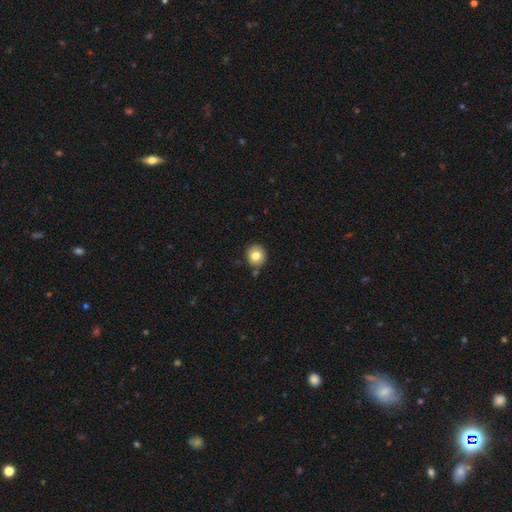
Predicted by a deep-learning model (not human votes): smooth 80%, featured or disk 10%, star or artifact 10%. Down the decision tree: how rounded — round (87%); merging — none (83%).